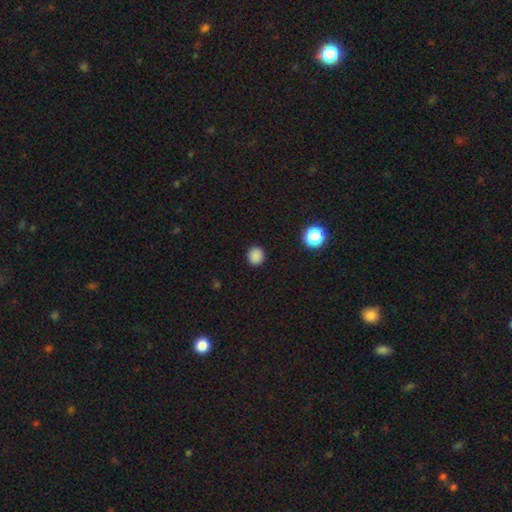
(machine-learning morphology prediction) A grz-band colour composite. It shows a smooth galaxy with no disk features (86%) that is round (87%). Merging: none (91%).